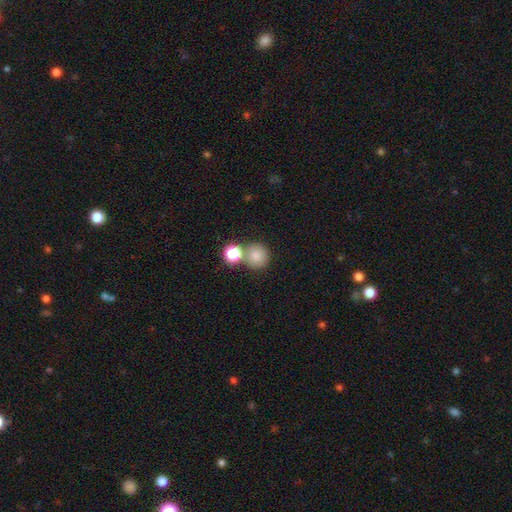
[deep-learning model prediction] Smooth or featured? Predicted: smooth (p=0.79). How rounded? Predicted: round (p=0.89). Merging? Predicted: none (p=0.58).